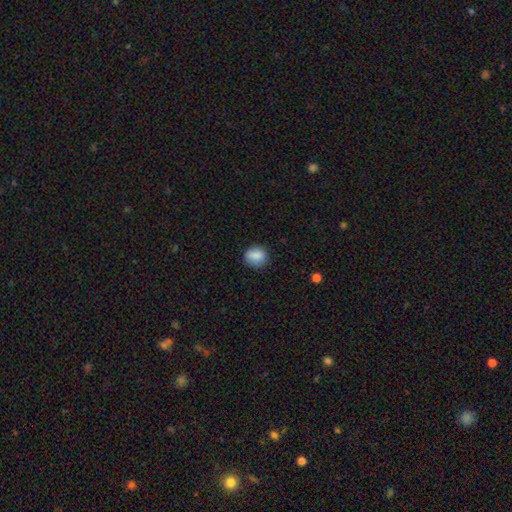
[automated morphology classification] This appears to be a smooth galaxy with no disk features (87%) that is round (67%). Merging: none (82%).